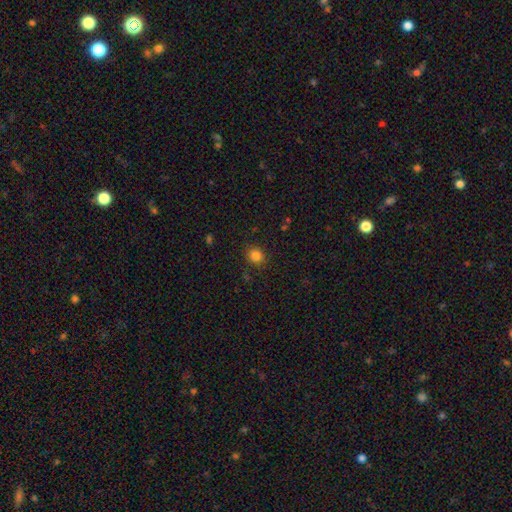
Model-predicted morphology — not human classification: A smooth galaxy with no disk features (83%) that is round (79%). Merging: none (86%).